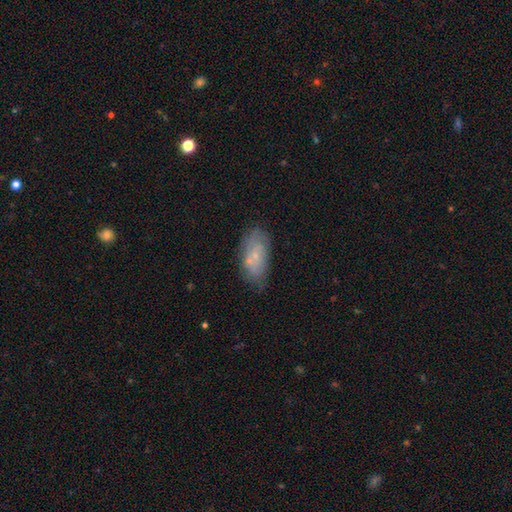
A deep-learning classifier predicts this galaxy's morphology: The model was most divided on "smooth or featured": smooth: 53%, featured or disk: 38%, star or artifact: 9%. More confident: how rounded — in between (87%); merging — none (63%).